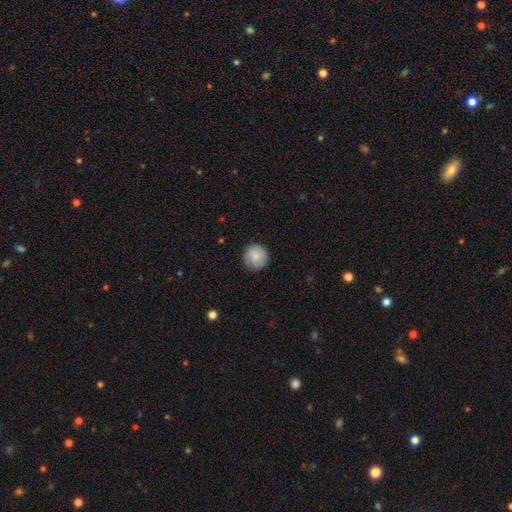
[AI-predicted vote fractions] Smooth or featured? Predicted: smooth (p=0.80). How rounded? Predicted: round (p=0.93). Merging? Predicted: none (p=0.86).